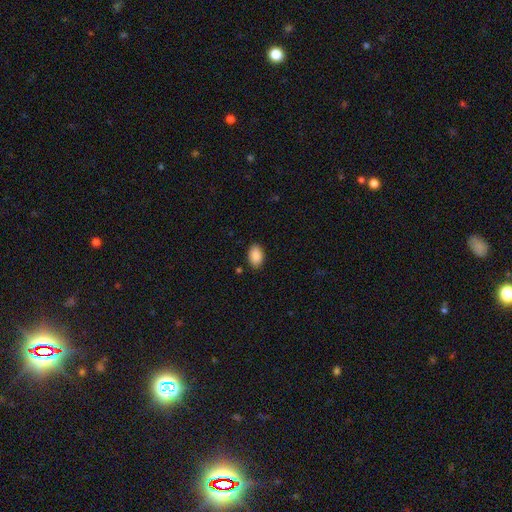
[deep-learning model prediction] This appears to be a smooth galaxy with no disk features (90%) that is in between round and cigar-shaped (89%). Merging: none (87%).